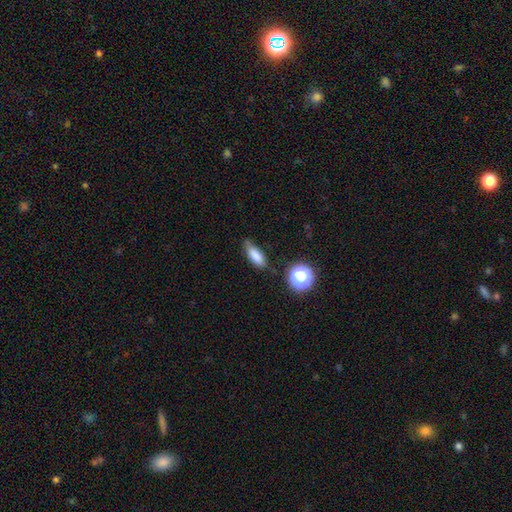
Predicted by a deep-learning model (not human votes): Smooth or featured? Predicted: smooth (p=0.81). How rounded? Predicted: in between (p=0.67). Merging? Predicted: none (p=0.65).